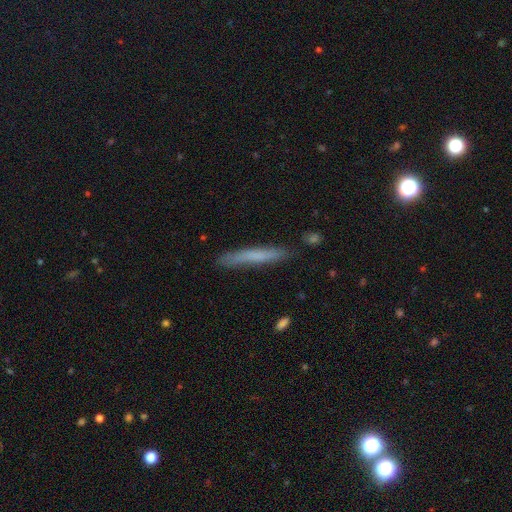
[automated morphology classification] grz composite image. It shows a smooth galaxy with no disk features (65%) that is cigar-shaped (95%). Merging: none (83%).